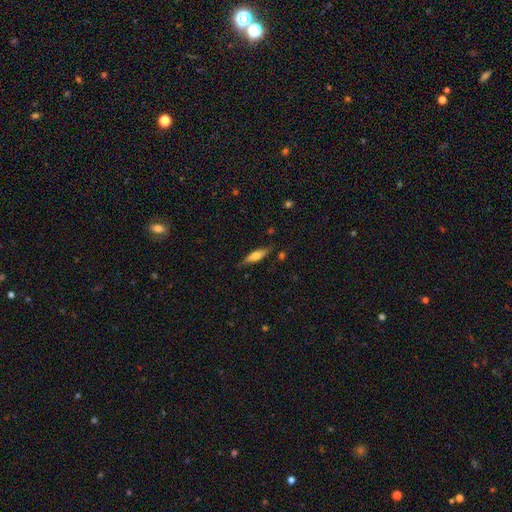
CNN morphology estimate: Smooth or featured? smooth (56%)
How rounded? cigar-shaped (59%)
Merging? none (81%)